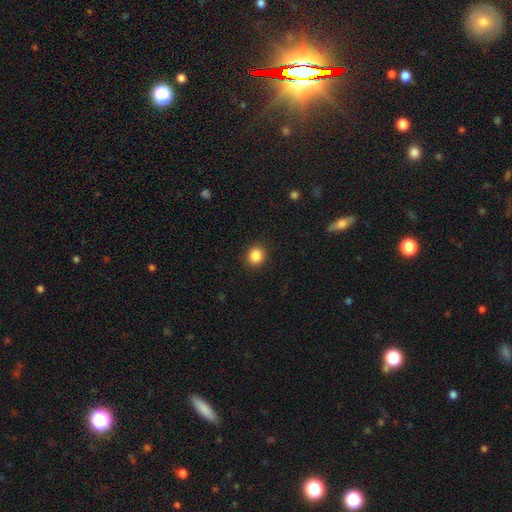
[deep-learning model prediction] The model was most divided on "how rounded": round: 87%, in between: 13%, cigar-shaped: 1%. More confident: merging — none (91%); smooth or featured — smooth (86%).